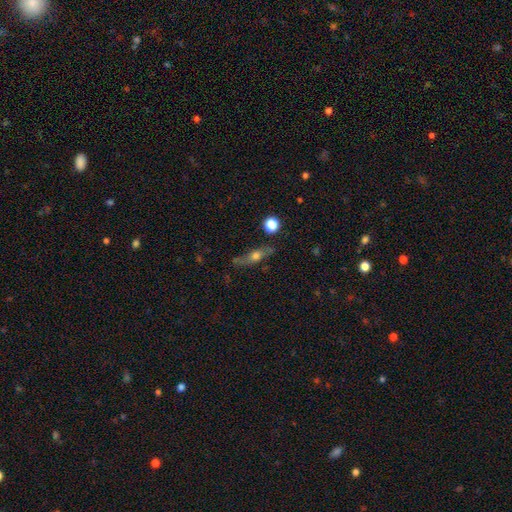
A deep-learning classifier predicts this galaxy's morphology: The model was most divided on "smooth or featured": smooth: 48%, featured or disk: 42%, star or artifact: 10%. More confident: merging — none (67%).